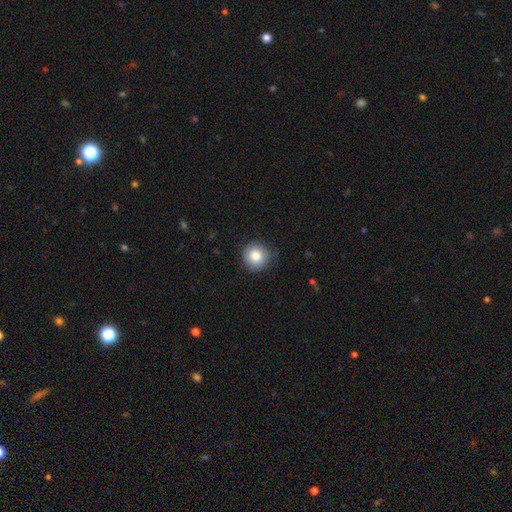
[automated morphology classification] Overall: smooth (81%). How rounded: round (94%). Merging: none (78%).